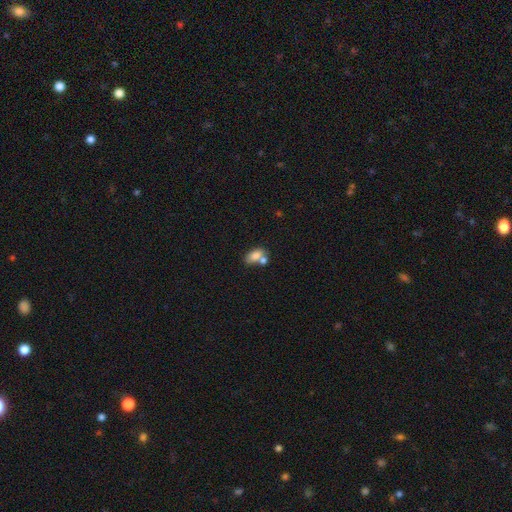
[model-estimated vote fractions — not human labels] Morphology: type=smooth (78%); roundness=in between (87%); merging=merger (42%).